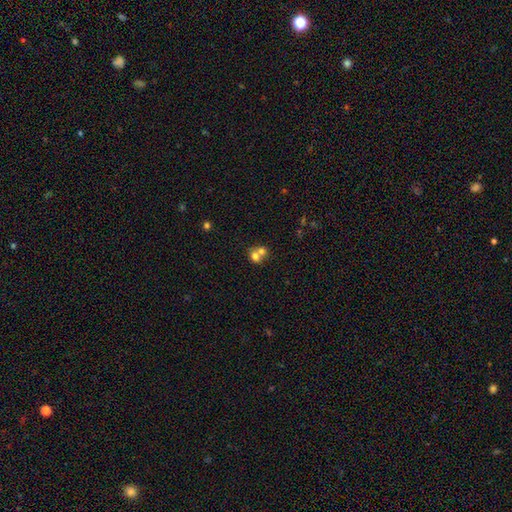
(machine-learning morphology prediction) type=smooth (68%); roundness=round (70%); merging=merger (64%).